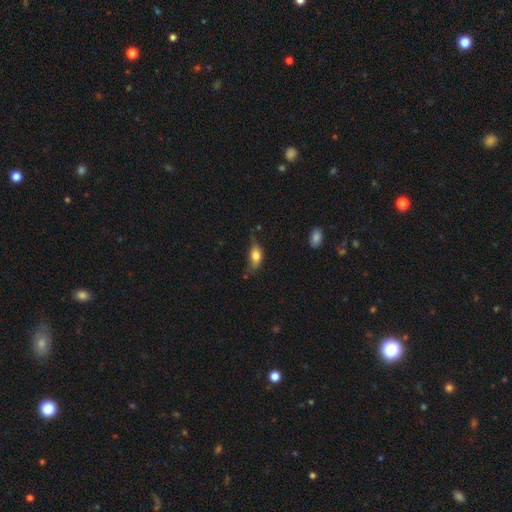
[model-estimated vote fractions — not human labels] smooth-or-featured: smooth: 70% | featured or disk: 21% | star or artifact: 8%
  how-rounded: in between: 80% | cigar-shaped: 12% | round: 8%
  merging: none: 43% | minor disturbance: 38% | major disturbance: 16% | merger: 4%